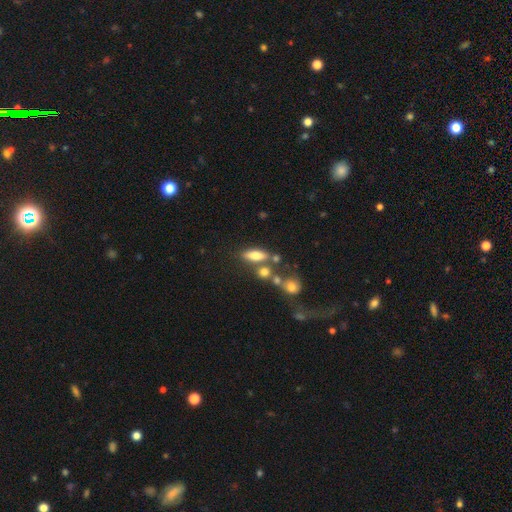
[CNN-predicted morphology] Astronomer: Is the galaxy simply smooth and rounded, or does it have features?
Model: smooth — 70%.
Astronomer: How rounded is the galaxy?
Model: in between — 62%.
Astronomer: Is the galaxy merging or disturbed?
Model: none — 57%.